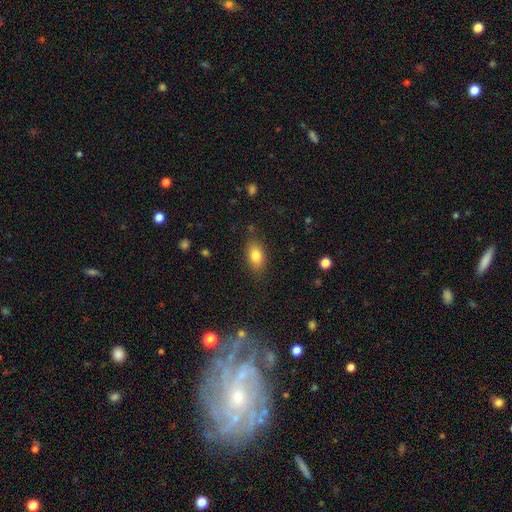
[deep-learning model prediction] This appears to be a smooth galaxy with no disk features (81%) that is in between round and cigar-shaped (86%). Merging: none (83%).